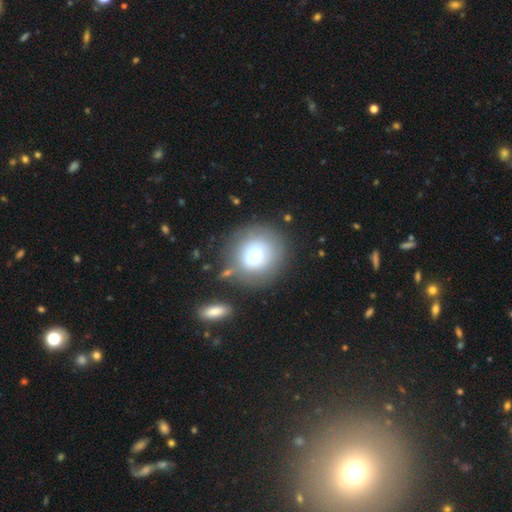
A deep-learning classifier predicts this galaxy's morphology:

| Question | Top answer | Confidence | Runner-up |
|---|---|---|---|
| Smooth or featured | smooth | 68% | featured or disk (20%) |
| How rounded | round | 91% | in between (8%) |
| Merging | none | 74% | minor disturbance (13%) |